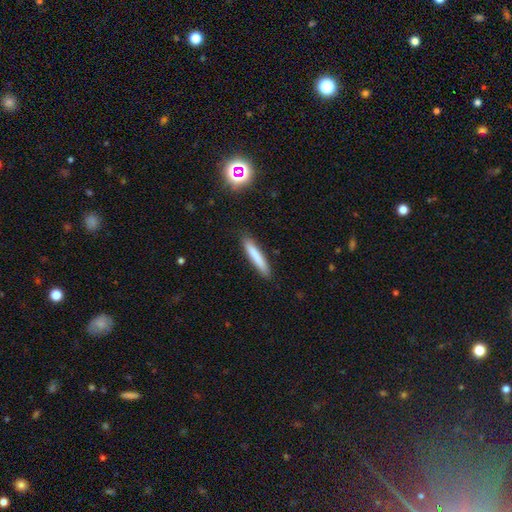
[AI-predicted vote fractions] Smooth or featured? Predicted: smooth (p=0.79). How rounded? Predicted: cigar-shaped (p=0.92). Merging? Predicted: none (p=0.88).